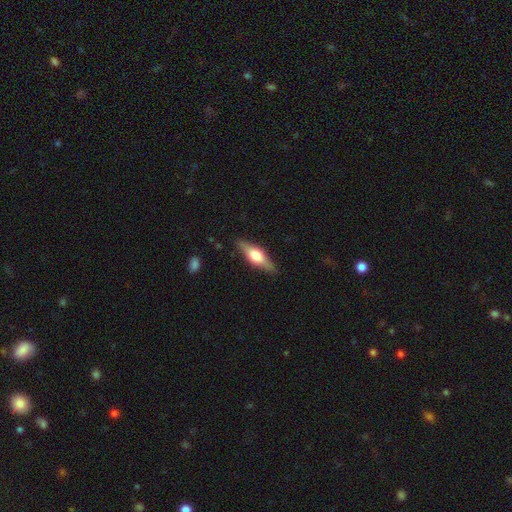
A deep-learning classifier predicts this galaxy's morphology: Smooth or featured: featured or disk — 58% (smooth — 37%)
Edge-on disk: yes — 94% (no — 6%)
Edge-on bulge: rounded — 91% (boxy — 7%)
Merging: none — 86% (minor disturbance — 10%)